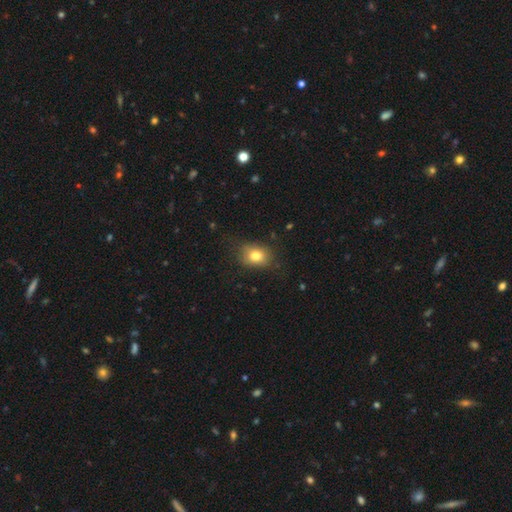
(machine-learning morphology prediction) This appears to be a smooth galaxy with no disk features (79%) that is in between round and cigar-shaped (55%). Merging: none (75%).